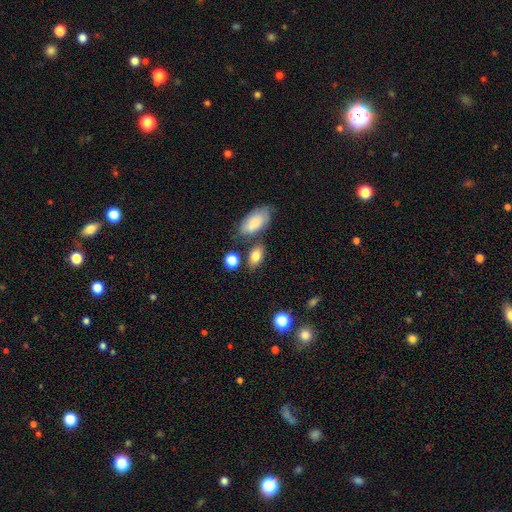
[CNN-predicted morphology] A smooth galaxy with no disk features (81%) that is in between round and cigar-shaped (85%).

Vote fractions:
- Smooth or featured? smooth: 81% / featured or disk: 10% / star or artifact: 9%
- How rounded? in between: 85% / round: 12% / cigar-shaped: 3%
- Merging? none: 71% / minor disturbance: 14% / merger: 11% / major disturbance: 4%